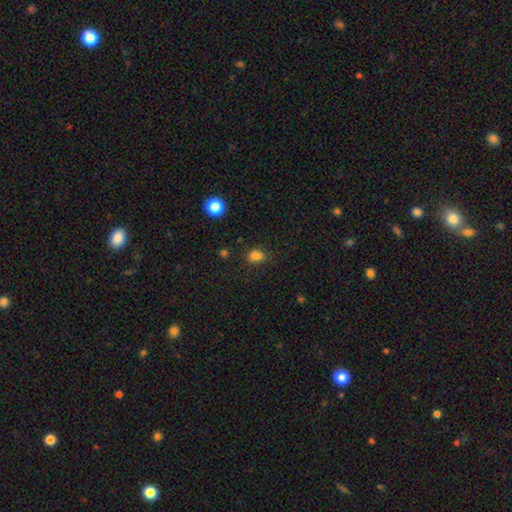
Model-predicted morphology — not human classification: This is likely a smooth galaxy (76%). How rounded: likely in between (61%). Merging: likely none (65%).